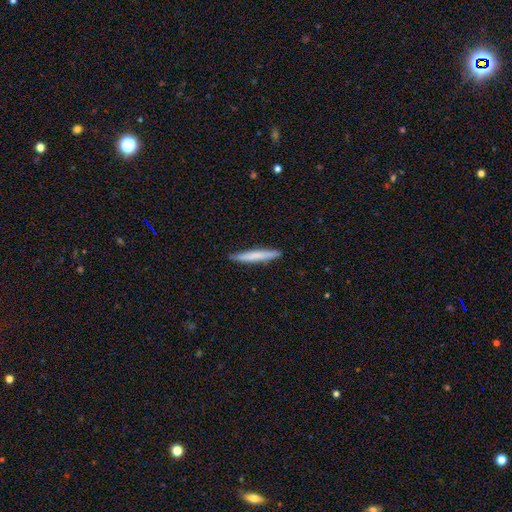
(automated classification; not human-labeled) smooth-or-featured: smooth: 71% | featured or disk: 24% | star or artifact: 5%
  how-rounded: cigar-shaped: 96% | in between: 3% | round: 1%
  merging: none: 90% | minor disturbance: 8% | major disturbance: 1% | merger: 1%